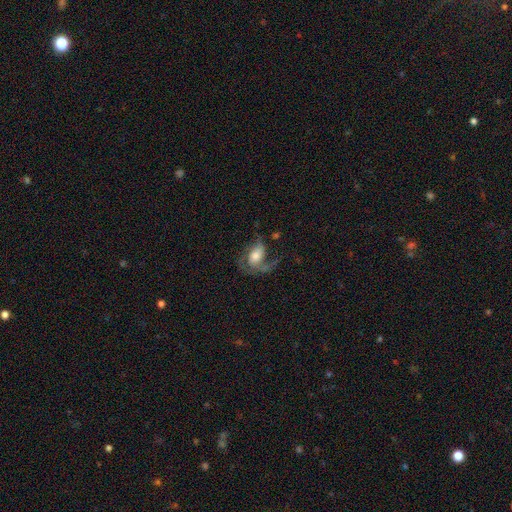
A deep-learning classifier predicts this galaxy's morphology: Smooth or featured: featured or disk — 66% (smooth — 27%)
Edge-on disk: no — 97% (yes — 3%)
Bar: no — 61% (weak — 30%)
Spiral arms: yes — 85% (no — 15%)
Spiral winding: loose — 48% (medium — 39%)
Spiral arm count: 2 — 47% (1 — 36%)
Bulge size: moderate — 47% (large — 27%)
Merging: major disturbance — 43% (none — 35%)